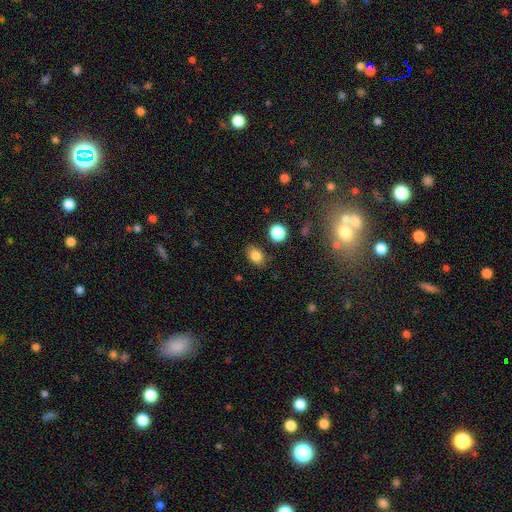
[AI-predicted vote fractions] smooth_or_featured: smooth (p=0.83) [alt: star or artifact p=0.11]
how_rounded: in between (p=0.69) [alt: round p=0.29]
merging: none (p=0.81) [alt: minor disturbance p=0.12]